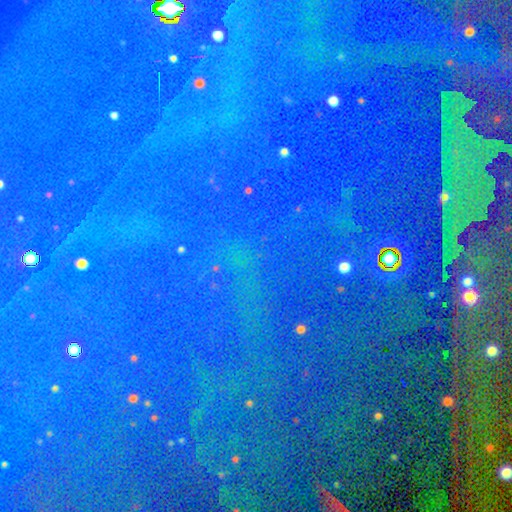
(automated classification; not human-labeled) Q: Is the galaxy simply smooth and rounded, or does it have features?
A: star or artifact — 82%.